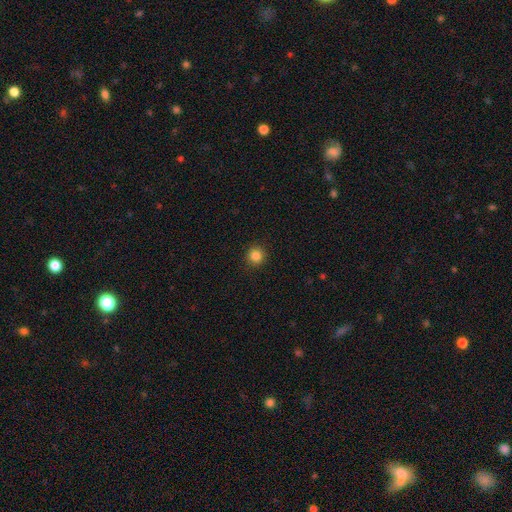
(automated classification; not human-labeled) Smooth or featured: smooth — 85% (star or artifact — 11%)
How rounded: round — 93% (in between — 6%)
Merging: none — 92% (minor disturbance — 5%)